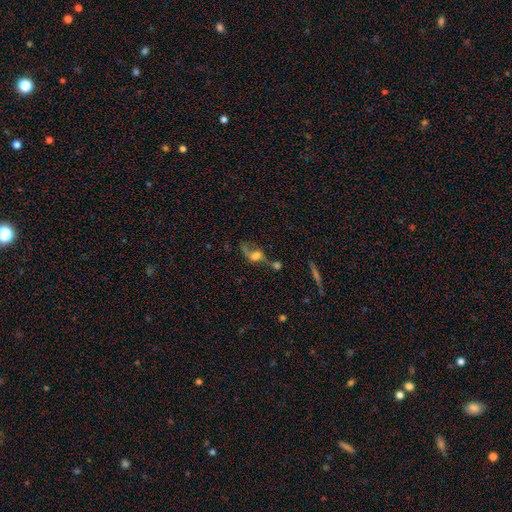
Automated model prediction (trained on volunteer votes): A featured or disk galaxy (43%). Merging: merger (41%).